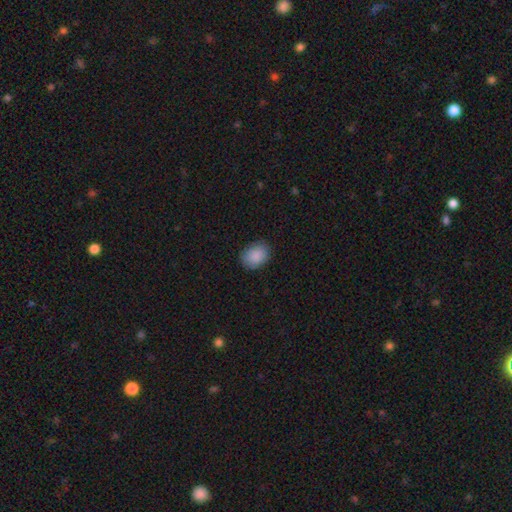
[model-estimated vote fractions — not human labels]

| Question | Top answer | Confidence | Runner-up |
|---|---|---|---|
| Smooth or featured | smooth | 89% | star or artifact (7%) |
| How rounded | in between | 63% | round (36%) |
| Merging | none | 83% | minor disturbance (13%) |